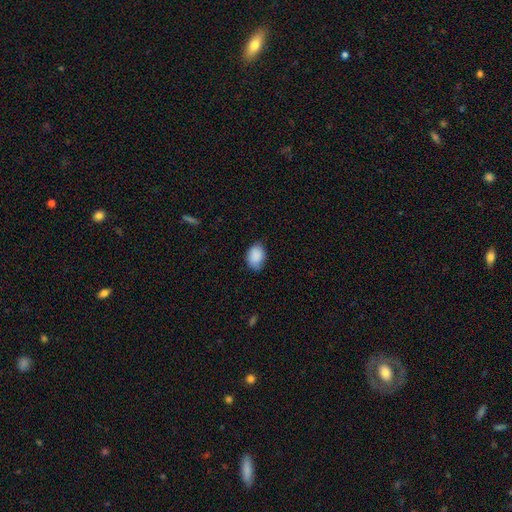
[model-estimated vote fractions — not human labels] This is clearly a smooth galaxy (89%). How rounded: likely in between (75%). Merging: likely none (70%).